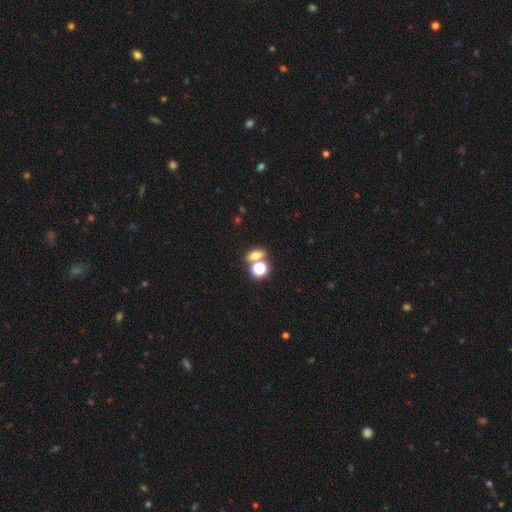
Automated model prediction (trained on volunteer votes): Overall: smooth (62%). How rounded: in between (58%; round 32%). Merging: none (57%; merger 30%).